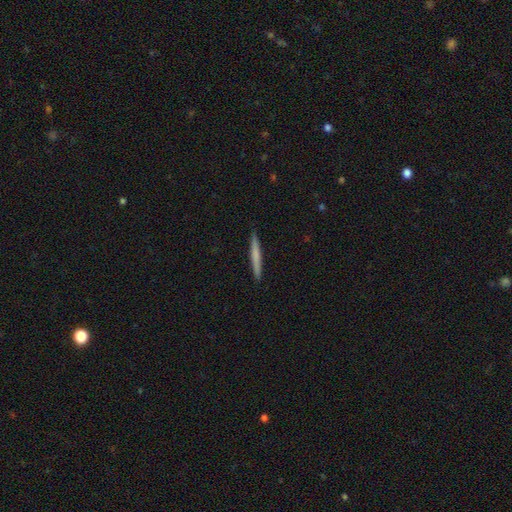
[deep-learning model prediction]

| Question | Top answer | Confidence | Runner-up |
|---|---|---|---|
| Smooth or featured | smooth | 61% | featured or disk (33%) |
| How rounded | cigar-shaped | 97% | in between (2%) |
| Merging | none | 92% | minor disturbance (5%) |